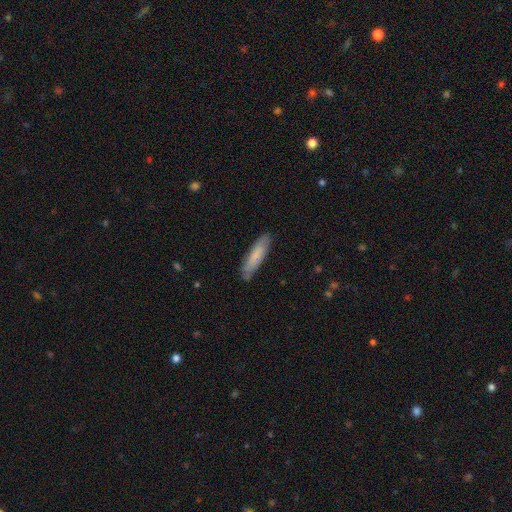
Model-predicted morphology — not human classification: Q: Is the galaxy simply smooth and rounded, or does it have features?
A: smooth — 77%.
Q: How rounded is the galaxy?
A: cigar-shaped — 75%.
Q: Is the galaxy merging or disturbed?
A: none — 83%.